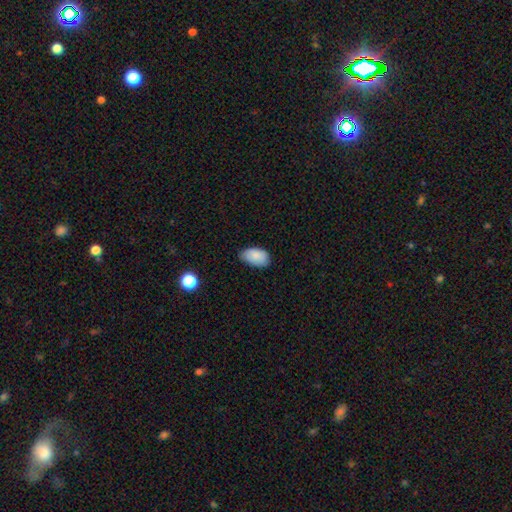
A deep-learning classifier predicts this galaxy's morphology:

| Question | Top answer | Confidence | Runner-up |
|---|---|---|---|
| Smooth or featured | smooth | 86% | star or artifact (7%) |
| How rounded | in between | 92% | round (6%) |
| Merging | none | 67% | minor disturbance (28%) |